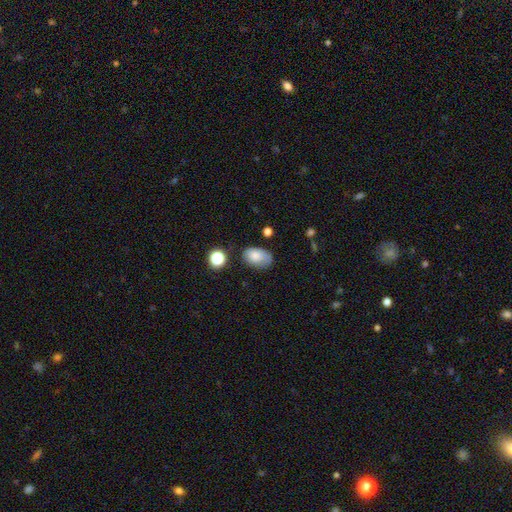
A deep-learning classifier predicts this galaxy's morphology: smooth_or_featured: smooth (p=0.79) [alt: featured or disk p=0.12]
how_rounded: in between (p=0.88) [alt: round p=0.11]
merging: none (p=0.63) [alt: minor disturbance p=0.26]